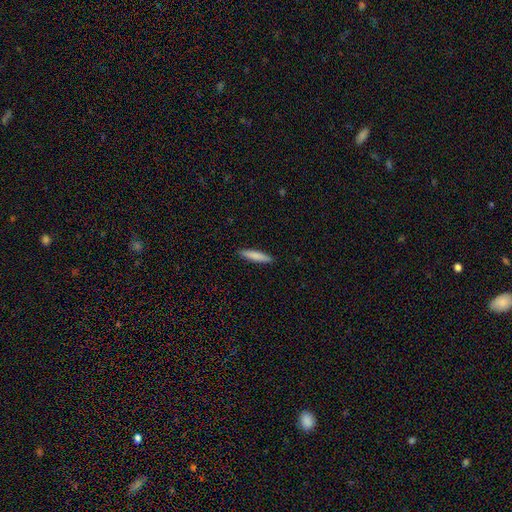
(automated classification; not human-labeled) Morphology: type=smooth (82%); roundness=cigar-shaped (87%); merging=none (91%).